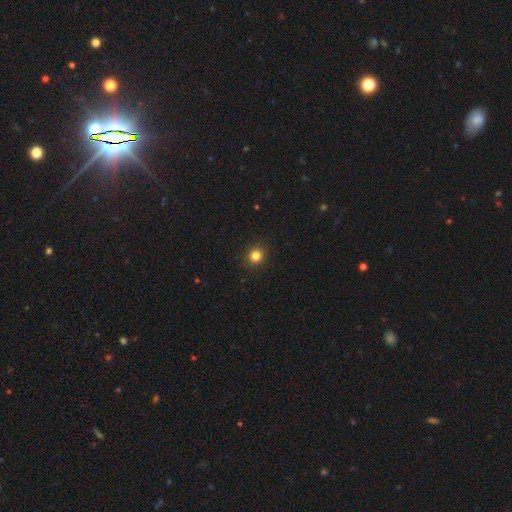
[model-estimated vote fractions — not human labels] smooth-or-featured: smooth: 83% | star or artifact: 13% | featured or disk: 4%
  how-rounded: round: 91% | in between: 9% | cigar-shaped: 1%
  merging: none: 92% | minor disturbance: 5% | major disturbance: 2% | merger: 1%